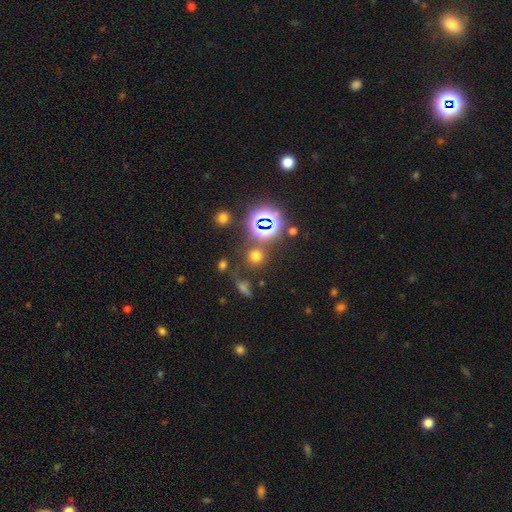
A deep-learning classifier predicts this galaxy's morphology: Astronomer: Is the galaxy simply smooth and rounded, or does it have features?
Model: smooth — 59% (runner-up: star or artifact, 34%).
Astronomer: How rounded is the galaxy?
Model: round — 88%.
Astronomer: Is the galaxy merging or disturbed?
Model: none — 77%.